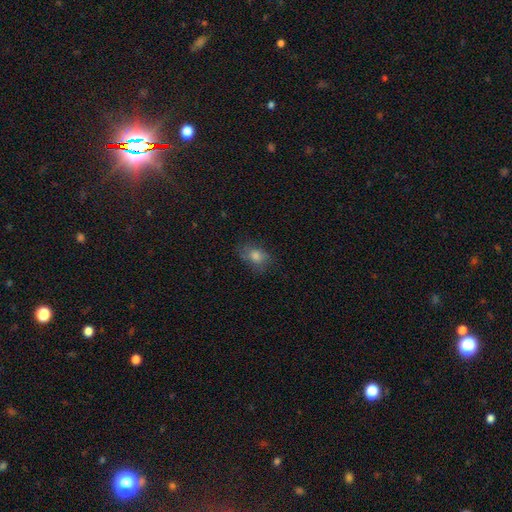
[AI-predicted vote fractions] This appears to be a smooth galaxy with no disk features (72%) that is in between round and cigar-shaped (67%). Merging: none (72%).